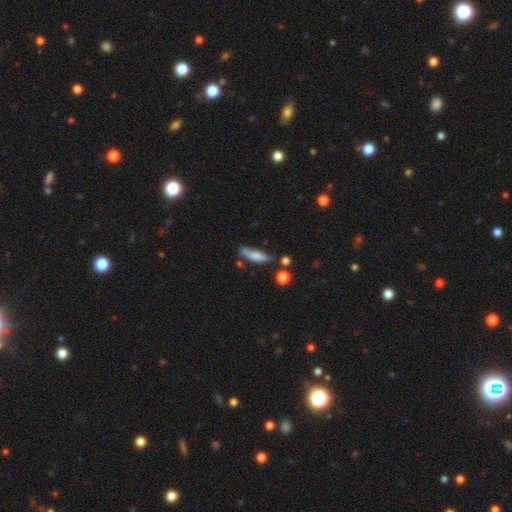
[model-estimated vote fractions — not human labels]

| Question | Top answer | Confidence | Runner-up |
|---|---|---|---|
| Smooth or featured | smooth | 69% | featured or disk (24%) |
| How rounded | cigar-shaped | 57% | in between (40%) |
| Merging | none | 56% | minor disturbance (26%) |